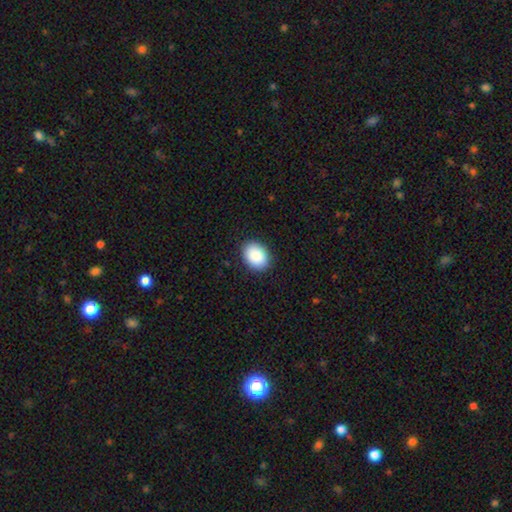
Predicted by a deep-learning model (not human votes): Morphology: type=smooth (90%); roundness=in between (71%); merging=none (90%).